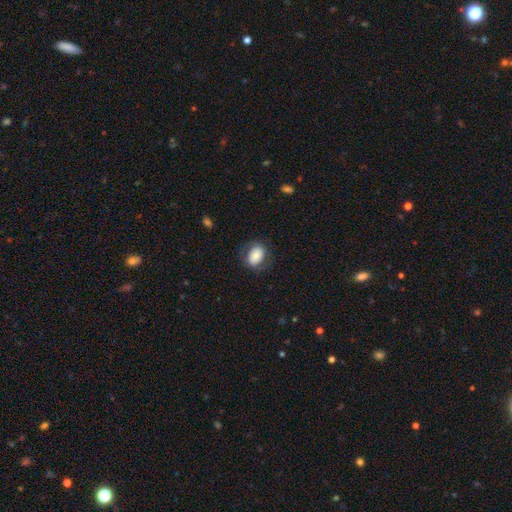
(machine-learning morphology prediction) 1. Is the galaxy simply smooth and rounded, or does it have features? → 72% smooth, 20% featured or disk, 8% star or artifact.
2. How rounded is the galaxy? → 73% in between, 26% round, 1% cigar-shaped.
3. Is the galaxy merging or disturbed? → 72% none, 17% minor disturbance, 10% major disturbance, 1% merger.